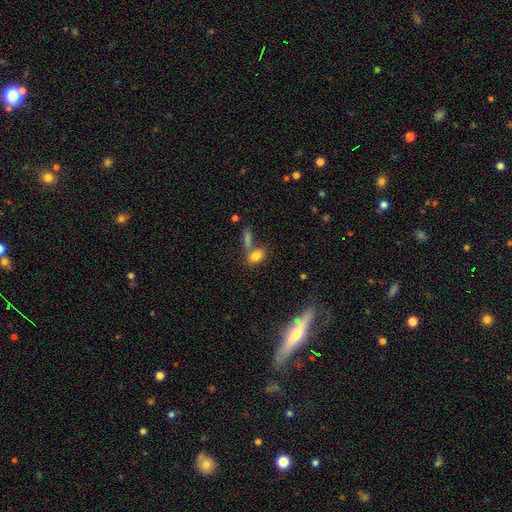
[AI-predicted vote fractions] Morphology: type=smooth (81%); roundness=in between (82%); merging=none (51%).